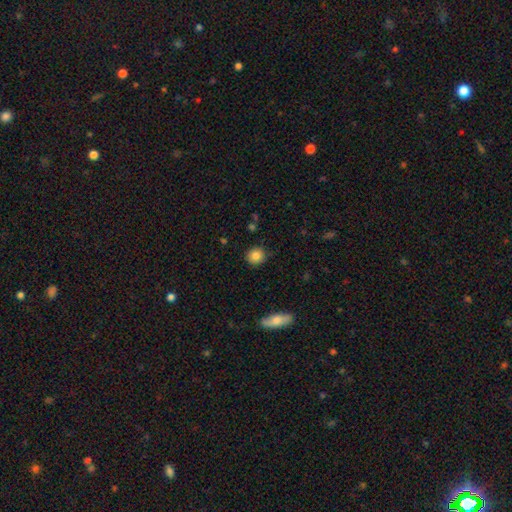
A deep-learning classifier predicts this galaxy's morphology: This appears to be a smooth galaxy with no disk features (85%) that is round (88%). Merging: none (88%).